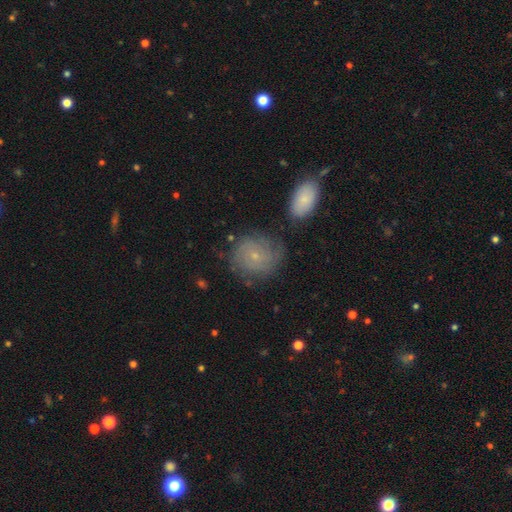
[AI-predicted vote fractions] Q: Smooth or featured?
A: featured or disk (53%); runner-up: smooth (36%)
Q: Edge-on disk?
A: no (97%); runner-up: yes (3%)
Q: Bar?
A: no (80%); runner-up: weak (17%)
Q: Spiral arms?
A: yes (83%); runner-up: no (17%)
Q: Bulge size?
A: small (83%); runner-up: moderate (13%)
Q: Merging?
A: none (67%); runner-up: minor disturbance (19%)